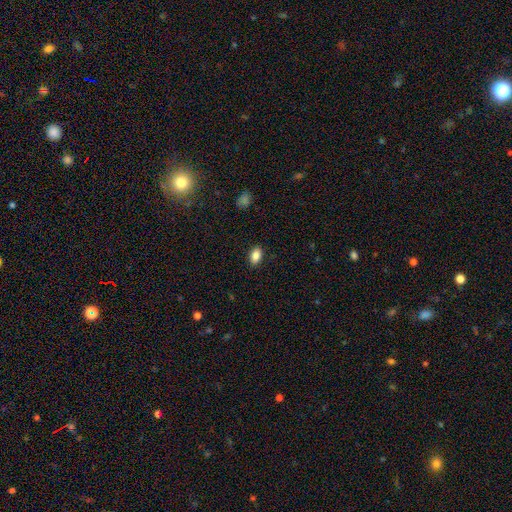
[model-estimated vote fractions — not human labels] Smooth or featured?
  - smooth: 86% *
  - star or artifact: 8%
  - featured or disk: 5%
How rounded?
  - in between: 89% *
  - round: 9%
  - cigar-shaped: 2%
Merging?
  - none: 88% *
  - minor disturbance: 9%
  - major disturbance: 2%
  - merger: 1%